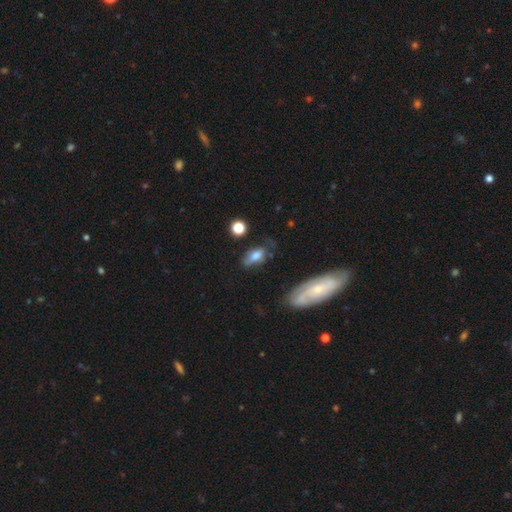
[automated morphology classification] type=smooth (64%); roundness=in between (83%); merging=none (48%).